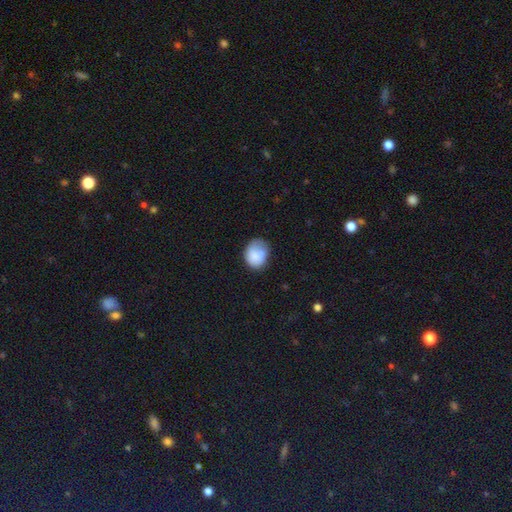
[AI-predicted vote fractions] Smooth or featured: smooth — 78% (featured or disk — 14%)
How rounded: round — 51% (in between — 48%)
Merging: none — 49% (minor disturbance — 31%)